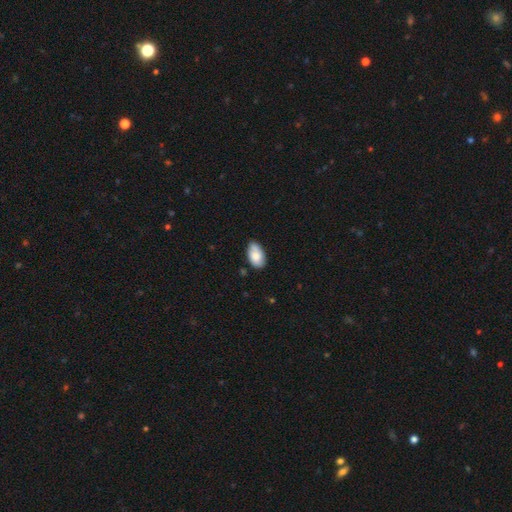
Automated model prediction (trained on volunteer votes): A smooth galaxy with no disk features (77%) that is in between round and cigar-shaped (94%). Merging: none (72%).